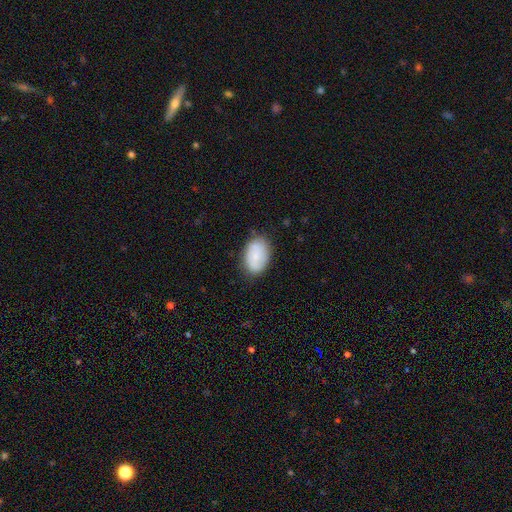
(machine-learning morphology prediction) smooth_or_featured: smooth (p=0.71) [alt: featured or disk p=0.22]
how_rounded: in between (p=0.89) [alt: round p=0.10]
merging: none (p=0.77) [alt: minor disturbance p=0.17]